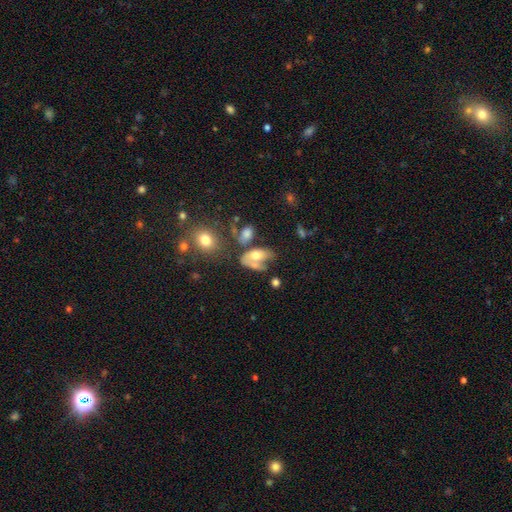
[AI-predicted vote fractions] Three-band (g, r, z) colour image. It shows a smooth galaxy with no disk features (54%) that is in between round and cigar-shaped (88%). Merging: merger (34%).